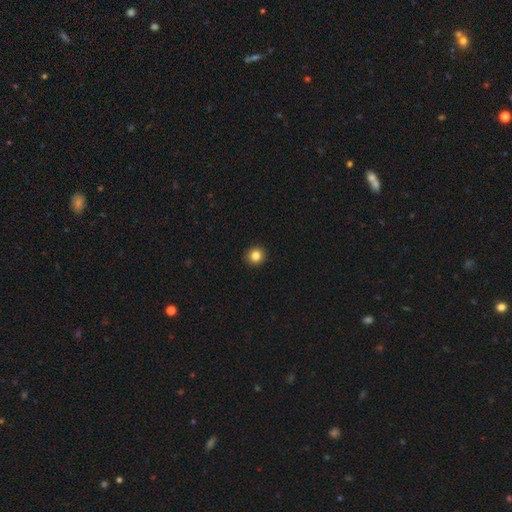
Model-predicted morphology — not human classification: A smooth galaxy with no disk features (84%) that is round (94%). Merging: none (94%).